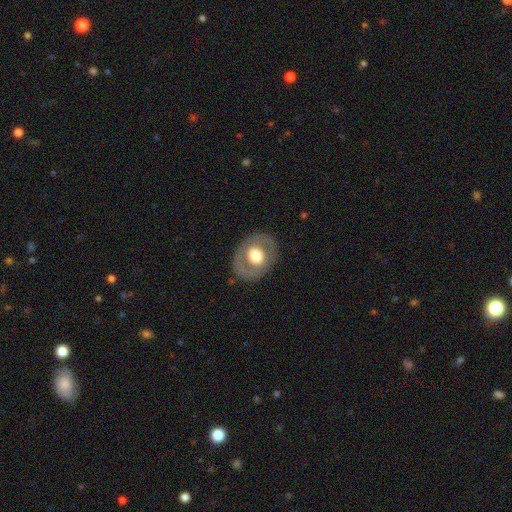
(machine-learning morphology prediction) Smooth or featured: smooth — 47% (tied with featured or disk — 47%)
Merging: none — 81% (minor disturbance — 12%)